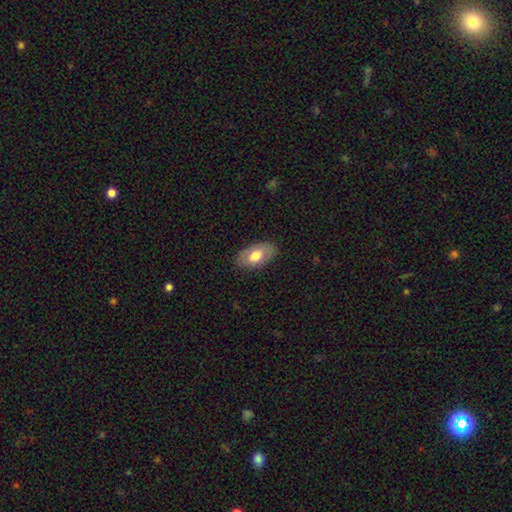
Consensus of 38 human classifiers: Smooth or featured?
  - smooth: 47% *
  - featured or disk: 45%
  - star or artifact: 8%
How rounded?
  - in between: 100% *
  - round: 0%
  - cigar-shaped: 0%
Merging?
  - none: 89% *
  - minor disturbance: 9%
  - major disturbance: 3%
  - merger: 0%